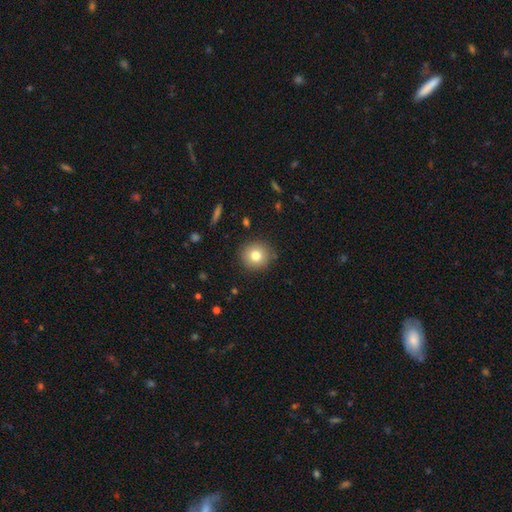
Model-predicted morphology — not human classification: This is likely a smooth galaxy (78%). How rounded: clearly round (93%). Merging: clearly none (88%).